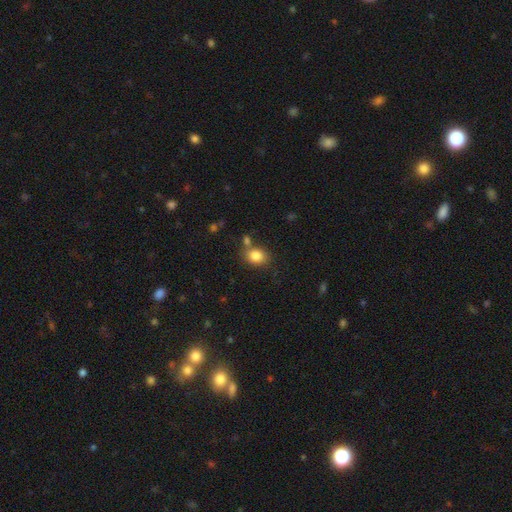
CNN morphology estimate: Smooth or featured: smooth — 84% (star or artifact — 10%)
How rounded: round — 53% (in between — 46%)
Merging: none — 66% (merger — 16%)